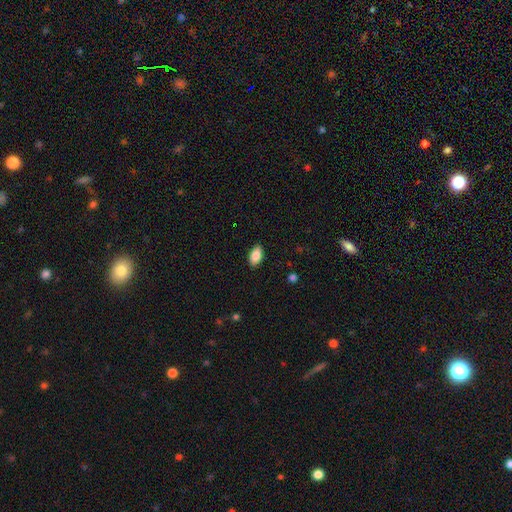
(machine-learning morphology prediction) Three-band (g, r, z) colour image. It shows a smooth galaxy with no disk features (86%) that is in between round and cigar-shaped (93%). Merging: none (89%).